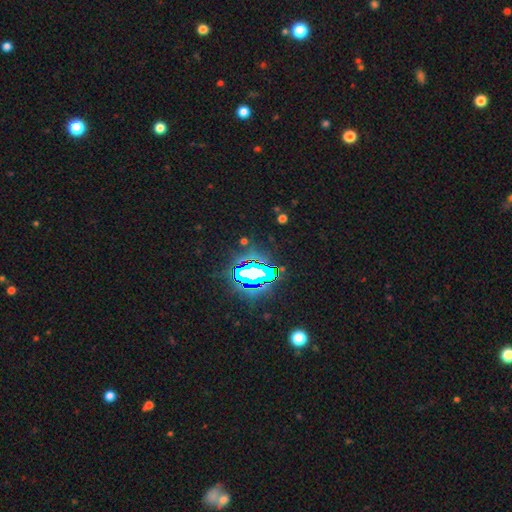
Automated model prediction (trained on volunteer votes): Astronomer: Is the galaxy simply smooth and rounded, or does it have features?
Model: star or artifact — 77%.